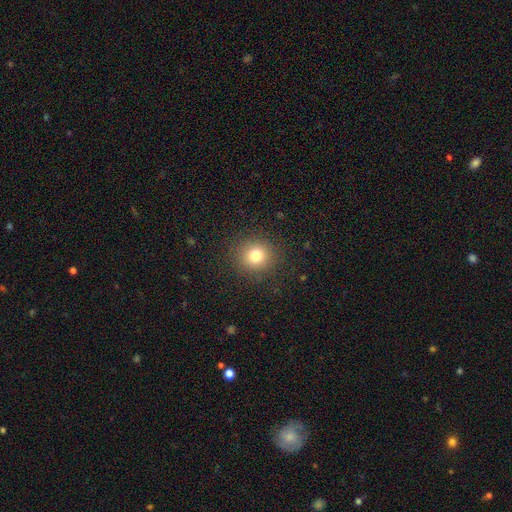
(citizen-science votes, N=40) This is clearly a smooth galaxy (90%). How rounded: clearly round (97%). Merging: clearly none (95%).